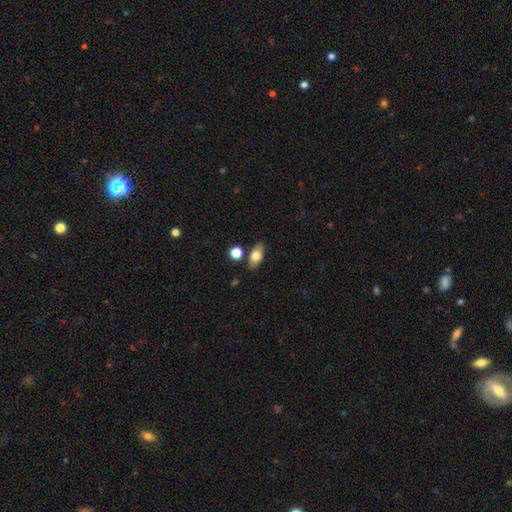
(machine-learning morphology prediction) smooth-or-featured: smooth: 74% | featured or disk: 18% | star or artifact: 8%
  how-rounded: in between: 84% | round: 8% | cigar-shaped: 7%
  merging: none: 79% | minor disturbance: 12% | merger: 7% | major disturbance: 3%